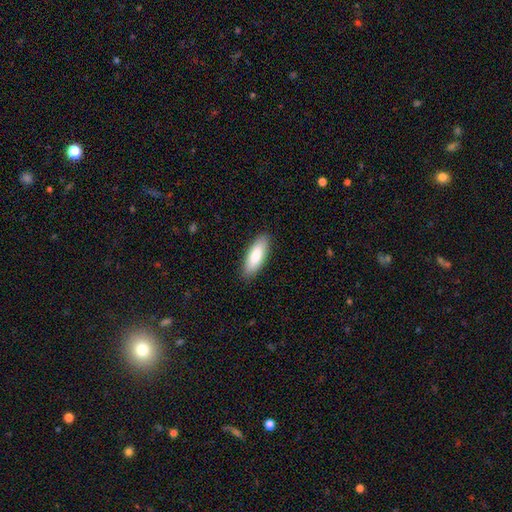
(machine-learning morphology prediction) Smooth or featured?
  - smooth: 84% *
  - featured or disk: 11%
  - star or artifact: 5%
How rounded?
  - in between: 66% *
  - cigar-shaped: 32%
  - round: 2%
Merging?
  - none: 89% *
  - minor disturbance: 8%
  - major disturbance: 2%
  - merger: 1%